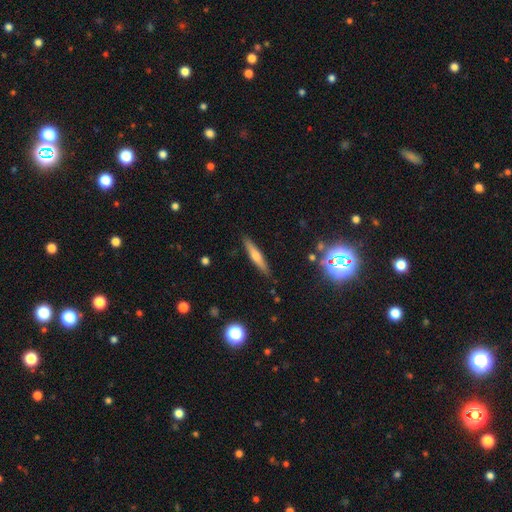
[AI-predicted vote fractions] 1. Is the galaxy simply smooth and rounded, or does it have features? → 47% featured or disk, 42% smooth, 11% star or artifact.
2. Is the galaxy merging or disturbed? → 89% none, 8% minor disturbance, 2% major disturbance, 1% merger.